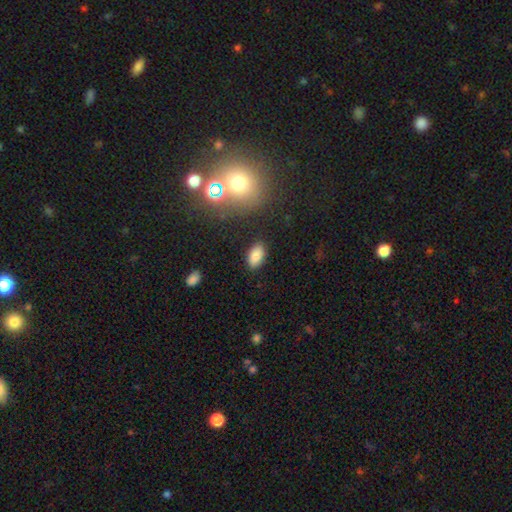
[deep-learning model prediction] Smooth or featured: smooth — 84% (star or artifact — 10%)
How rounded: in between — 93% (round — 4%)
Merging: none — 86% (minor disturbance — 10%)